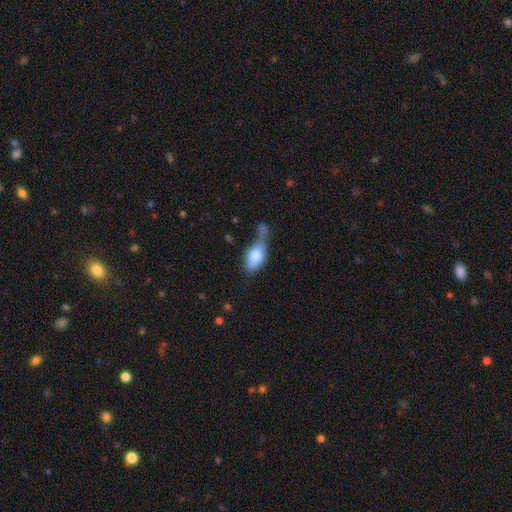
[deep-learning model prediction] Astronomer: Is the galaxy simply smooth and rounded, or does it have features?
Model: smooth — 75%.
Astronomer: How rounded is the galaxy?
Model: in between — 86%.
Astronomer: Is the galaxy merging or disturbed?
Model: none — 25%, tied with minor disturbance and merger at 25%.